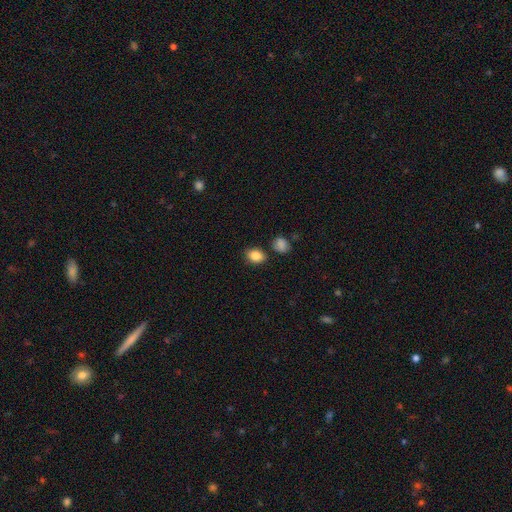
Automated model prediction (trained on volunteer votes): The model was most divided on "how rounded": in between: 66%, round: 33%, cigar-shaped: 1%. More confident: smooth or featured — smooth (85%); merging — none (78%).